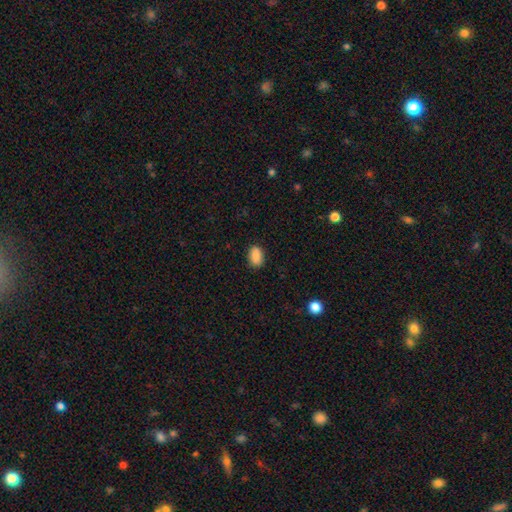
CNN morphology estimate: A smooth galaxy with no disk features (88%) that is in between round and cigar-shaped (88%). Merging: none (88%).